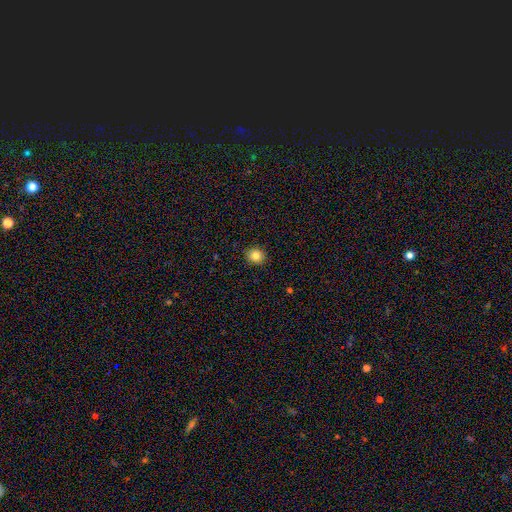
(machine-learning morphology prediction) Smooth or featured? Predicted: smooth (p=0.83). How rounded? Predicted: round (p=0.81). Merging? Predicted: none (p=0.91).